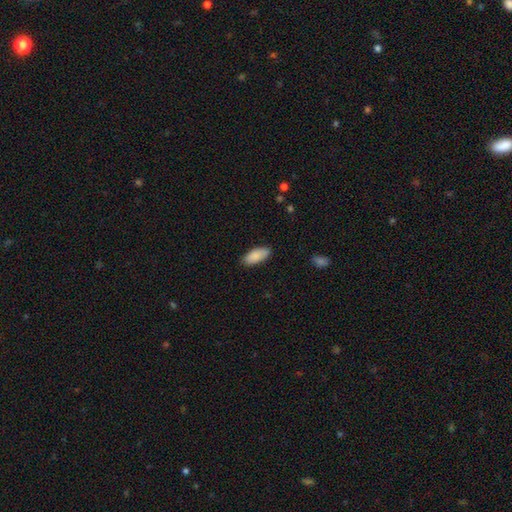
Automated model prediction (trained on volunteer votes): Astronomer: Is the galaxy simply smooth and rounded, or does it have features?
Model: smooth — 89%.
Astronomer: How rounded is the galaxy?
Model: in between — 87%.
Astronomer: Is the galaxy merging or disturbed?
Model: none — 85%.